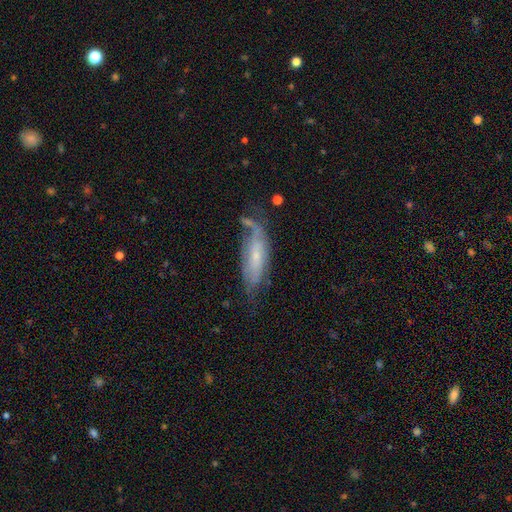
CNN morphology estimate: Q: Smooth or featured?
A: featured or disk (59%); runner-up: smooth (33%)
Q: Edge-on disk?
A: no (75%); runner-up: yes (25%)
Q: Merging?
A: none (46%); runner-up: minor disturbance (30%)